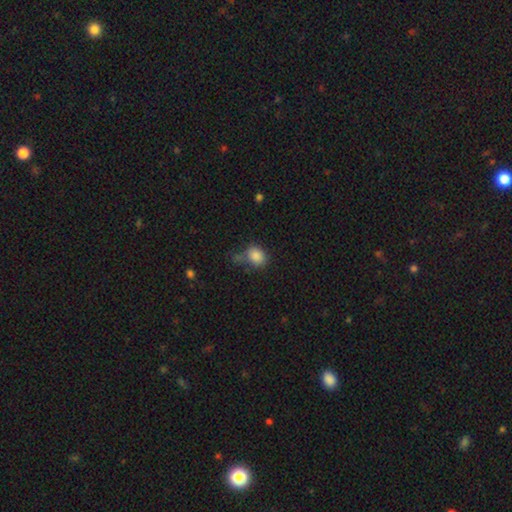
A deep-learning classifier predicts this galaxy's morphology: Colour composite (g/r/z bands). It shows a smooth galaxy with no disk features (85%) that is in between round and cigar-shaped (54%). Merging: none (60%).